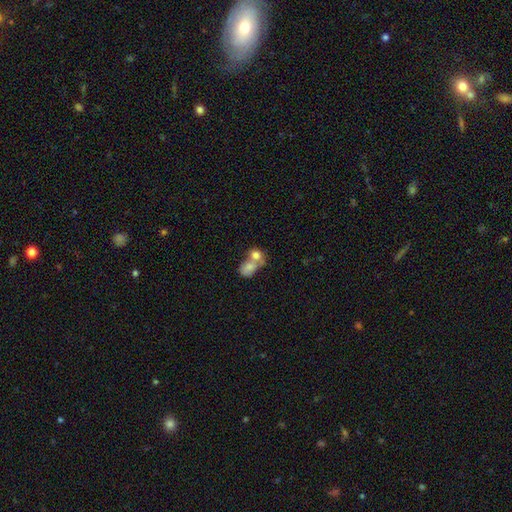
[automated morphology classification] Smooth or featured?
  - smooth: 73% *
  - featured or disk: 18%
  - star or artifact: 8%
How rounded?
  - round: 50% *
  - in between: 49%
  - cigar-shaped: 1%
Merging?
  - merger: 70% *
  - none: 18%
  - minor disturbance: 7%
  - major disturbance: 5%